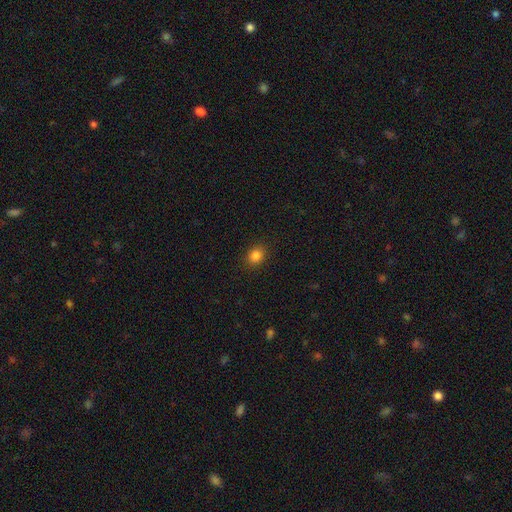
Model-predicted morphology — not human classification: Smooth or featured: smooth — 83% (star or artifact — 13%)
How rounded: round — 61% (in between — 38%)
Merging: none — 90% (minor disturbance — 7%)